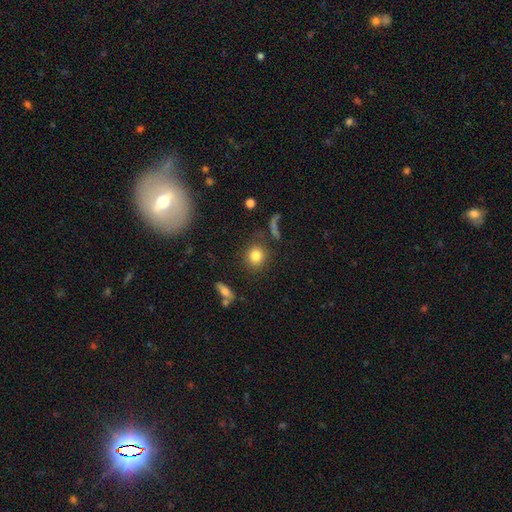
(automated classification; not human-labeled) smooth-or-featured: smooth: 82% | star or artifact: 10% | featured or disk: 8%
  how-rounded: round: 81% | in between: 17% | cigar-shaped: 2%
  merging: none: 82% | minor disturbance: 9% | major disturbance: 5% | merger: 4%